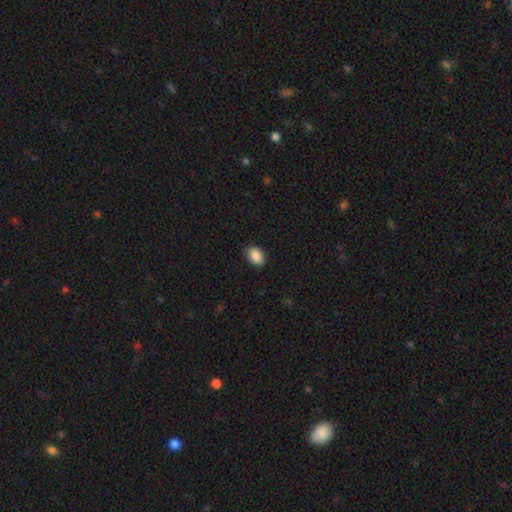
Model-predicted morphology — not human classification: This is clearly a smooth galaxy (90%). How rounded: clearly in between (85%). Merging: clearly none (86%).